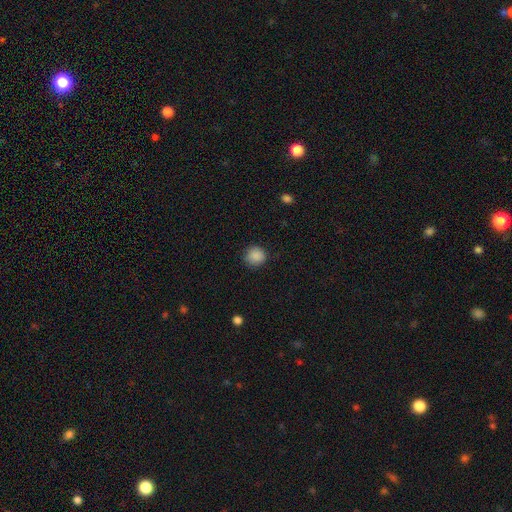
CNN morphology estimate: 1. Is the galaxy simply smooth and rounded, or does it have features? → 88% smooth, 9% star or artifact, 3% featured or disk.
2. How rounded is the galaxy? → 91% round, 8% in between, 1% cigar-shaped.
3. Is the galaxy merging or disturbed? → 87% none, 10% minor disturbance, 3% major disturbance, 1% merger.